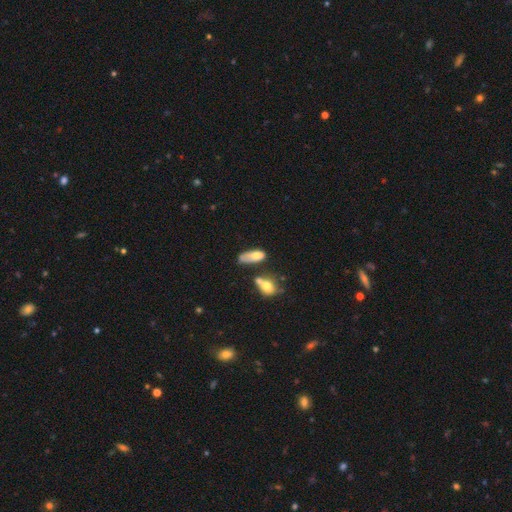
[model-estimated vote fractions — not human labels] Smooth or featured?
  - smooth: 67% *
  - featured or disk: 25%
  - star or artifact: 8%
How rounded?
  - in between: 81% *
  - cigar-shaped: 15%
  - round: 4%
Merging?
  - none: 28% *
  - minor disturbance: 25%
  - merger: 25%
  - major disturbance: 21%